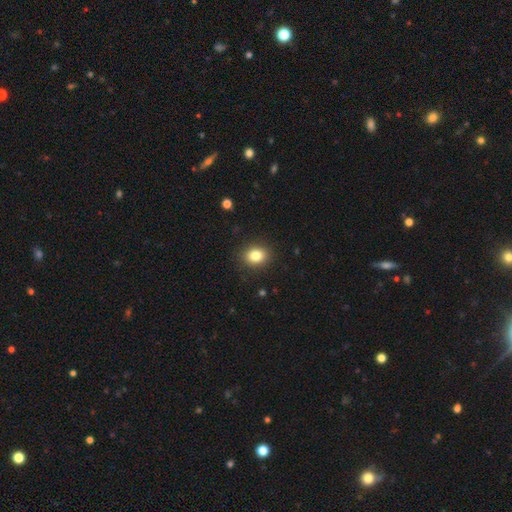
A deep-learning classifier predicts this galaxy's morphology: The model was most divided on "how rounded": round: 53%, in between: 46%, cigar-shaped: 1%. More confident: merging — none (89%); smooth or featured — smooth (83%).